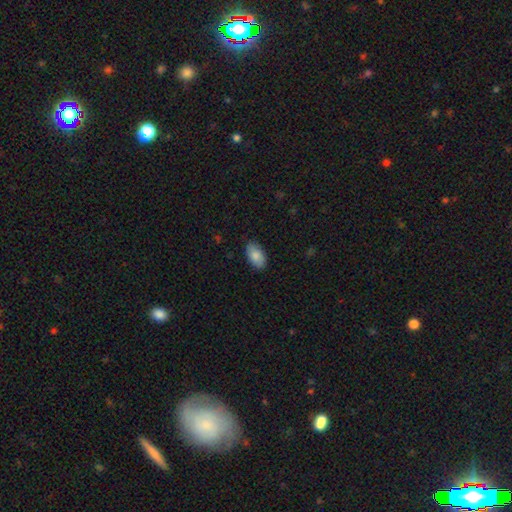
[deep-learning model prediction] Smooth or featured?
  - smooth: 86% *
  - featured or disk: 8%
  - star or artifact: 6%
How rounded?
  - in between: 94% *
  - round: 4%
  - cigar-shaped: 2%
Merging?
  - none: 85% *
  - minor disturbance: 11%
  - major disturbance: 2%
  - merger: 1%